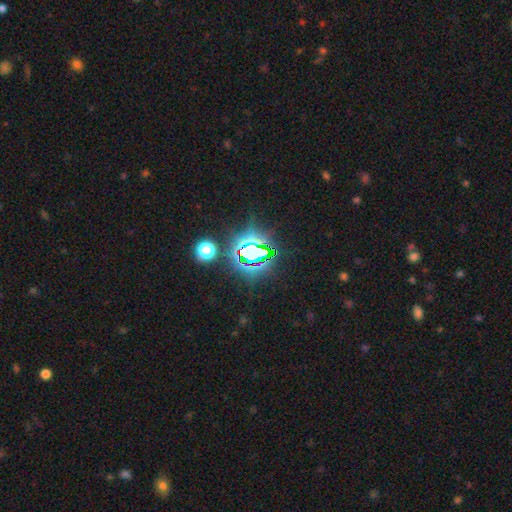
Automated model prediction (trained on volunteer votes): Q: Smooth or featured?
A: star or artifact (75%); runner-up: smooth (14%)